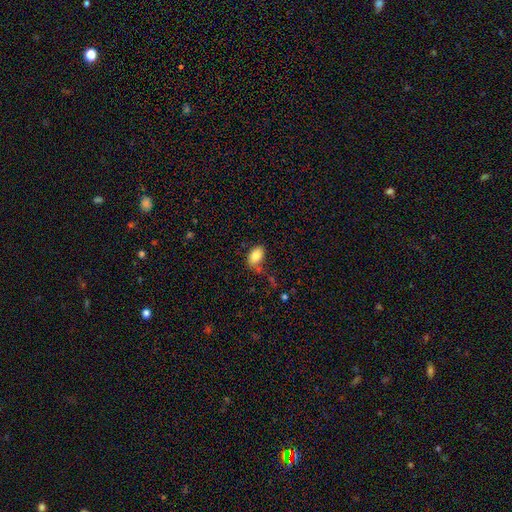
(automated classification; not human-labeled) Morphology: type=smooth (85%); roundness=in between (92%); merging=none (66%).